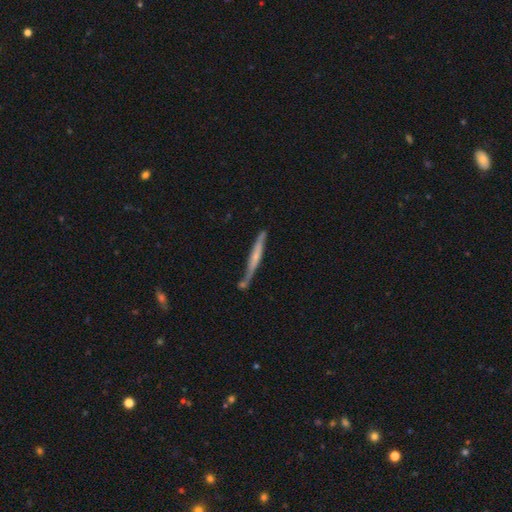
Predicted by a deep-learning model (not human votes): A featured or disk galaxy (55%) viewed edge-on (92%) with no central bulge (54%).

Vote fractions:
- Smooth or featured? featured or disk: 55% / smooth: 39% / star or artifact: 6%
- Edge-on disk? yes: 92% / no: 8%
- Edge-on bulge? none: 54% / rounded: 35% / boxy: 10%
- Merging? none: 63% / minor disturbance: 18% / merger: 14% / major disturbance: 5%